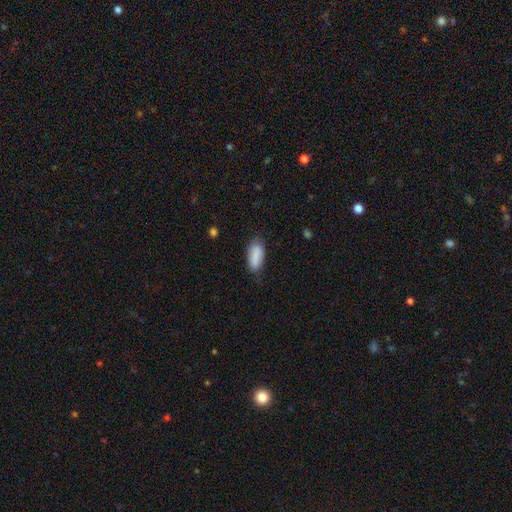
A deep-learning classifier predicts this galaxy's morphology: Smooth or featured: smooth — 82% (featured or disk — 11%)
How rounded: in between — 85% (cigar-shaped — 12%)
Merging: none — 70% (minor disturbance — 23%)